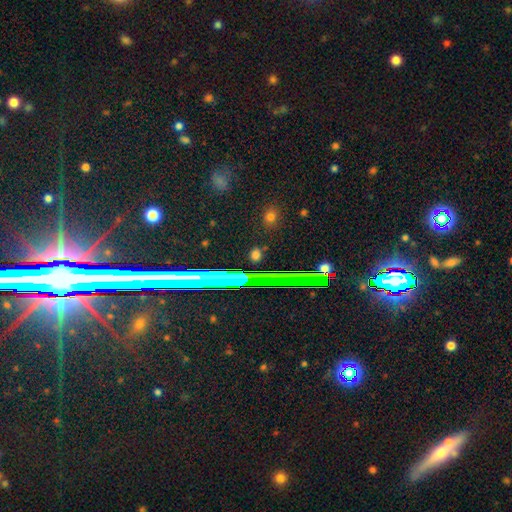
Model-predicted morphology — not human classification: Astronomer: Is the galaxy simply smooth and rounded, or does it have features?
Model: star or artifact — 63%.